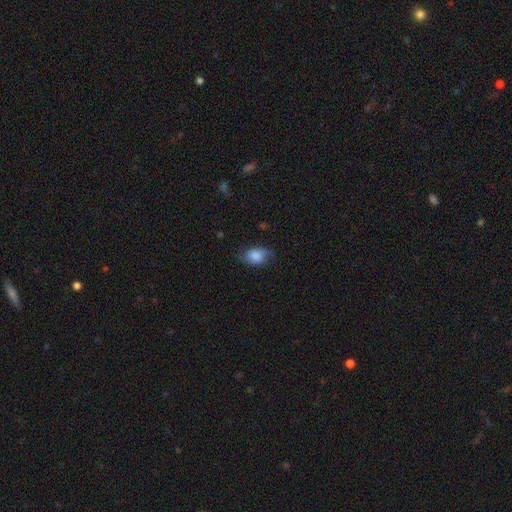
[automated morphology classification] This appears to be a smooth galaxy with no disk features (81%) that is in between round and cigar-shaped (82%). Merging: none (68%).